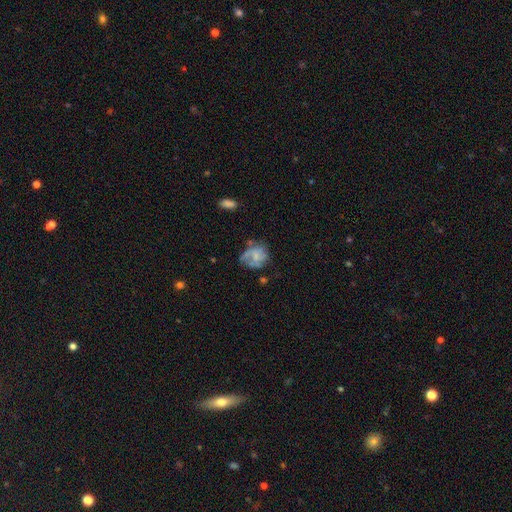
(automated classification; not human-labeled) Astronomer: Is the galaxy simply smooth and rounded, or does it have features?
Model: featured or disk — 49% (runner-up: smooth, 41%).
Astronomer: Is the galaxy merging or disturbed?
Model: none — 41% (runner-up: minor disturbance, 28%).